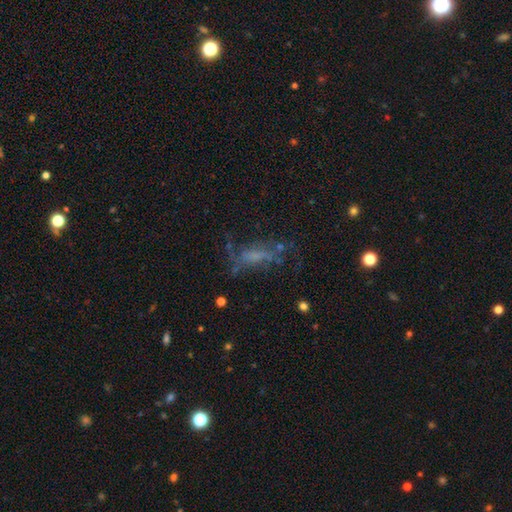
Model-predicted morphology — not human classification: type=featured or disk (44%); merging=none (47%).